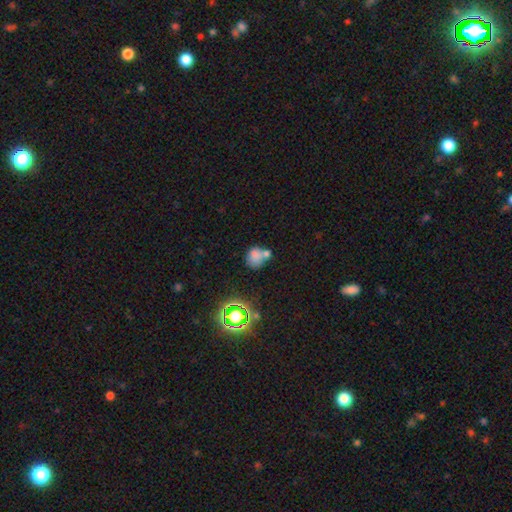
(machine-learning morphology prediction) The model was most divided on "merging": merger: 41%, none: 39%, minor disturbance: 13%, major disturbance: 6%. More confident: smooth or featured — smooth (71%); how rounded — round (70%).